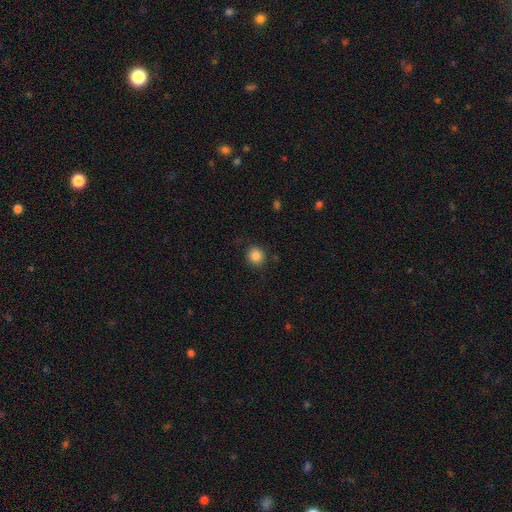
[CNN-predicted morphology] This is clearly a smooth galaxy (86%). How rounded: clearly round (91%). Merging: clearly none (87%).